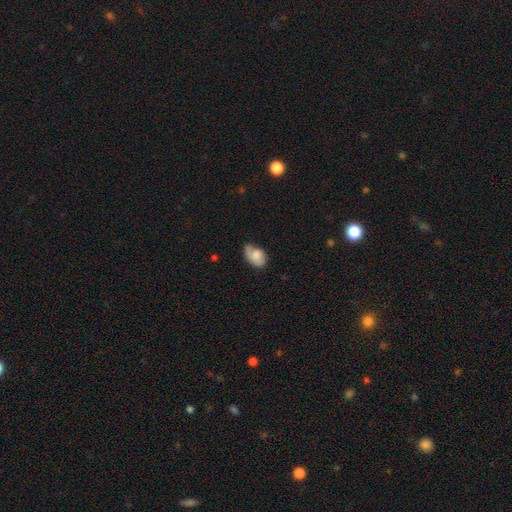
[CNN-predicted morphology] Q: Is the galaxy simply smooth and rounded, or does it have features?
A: smooth — 70%.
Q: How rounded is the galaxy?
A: in between — 85%.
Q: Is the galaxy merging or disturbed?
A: none — 43%.